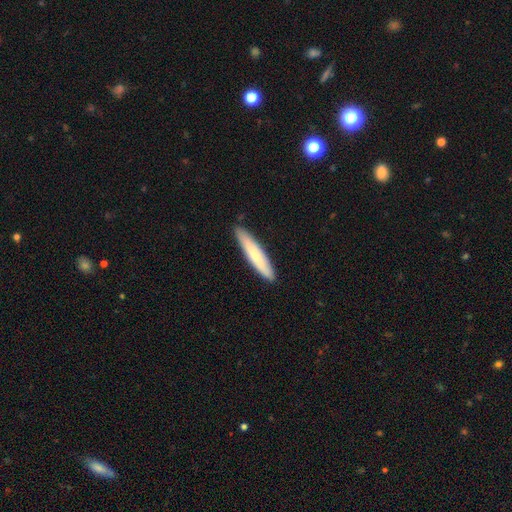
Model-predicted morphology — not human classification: smooth 71%, featured or disk 24%, star or artifact 5%. Down the decision tree: how rounded — cigar-shaped (90%); merging — none (88%).